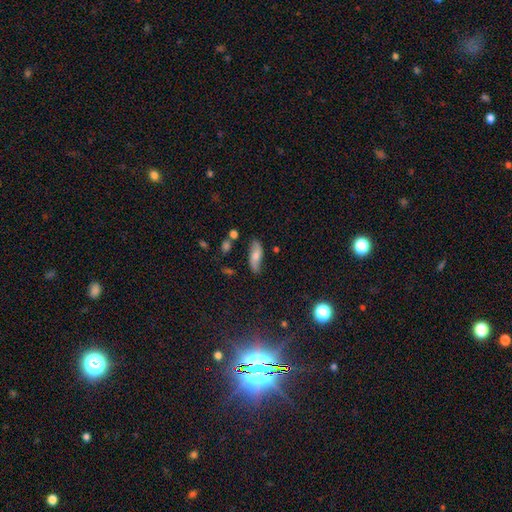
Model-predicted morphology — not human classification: A smooth galaxy with no disk features (56%) that is in between round and cigar-shaped (69%). Merging: none (72%).